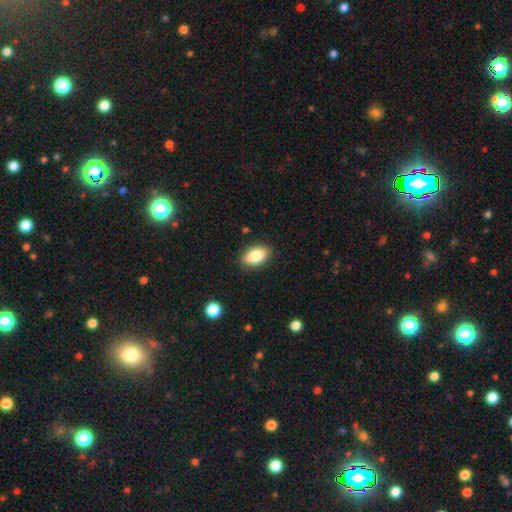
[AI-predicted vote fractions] Overall: smooth (84%). How rounded: in between (91%). Merging: none (88%).